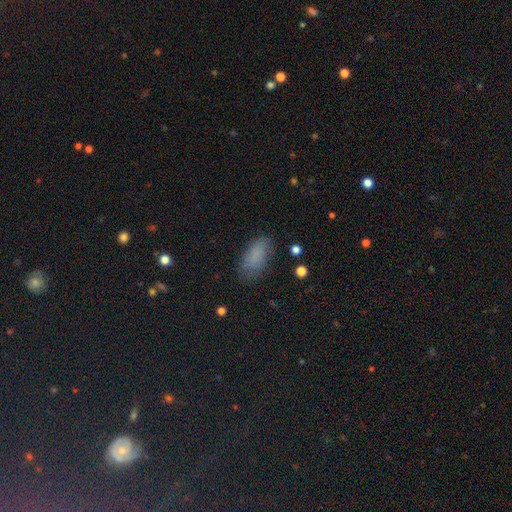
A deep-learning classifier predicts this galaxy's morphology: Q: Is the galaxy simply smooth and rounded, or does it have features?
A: smooth — 83%.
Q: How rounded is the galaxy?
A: in between — 90%.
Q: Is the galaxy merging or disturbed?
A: none — 76%.